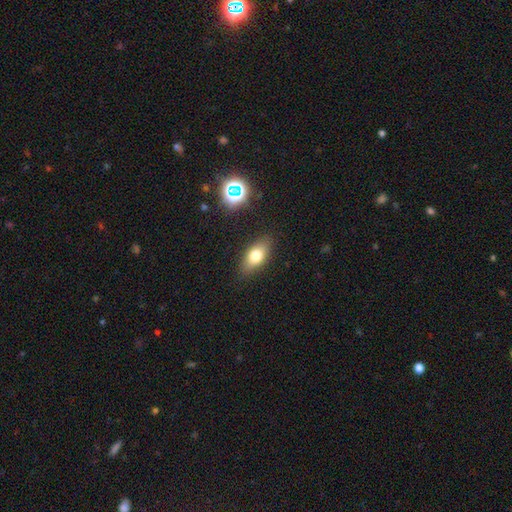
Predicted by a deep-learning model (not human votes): This is likely a smooth galaxy (72%). How rounded: clearly in between (83%). Merging: clearly none (85%).